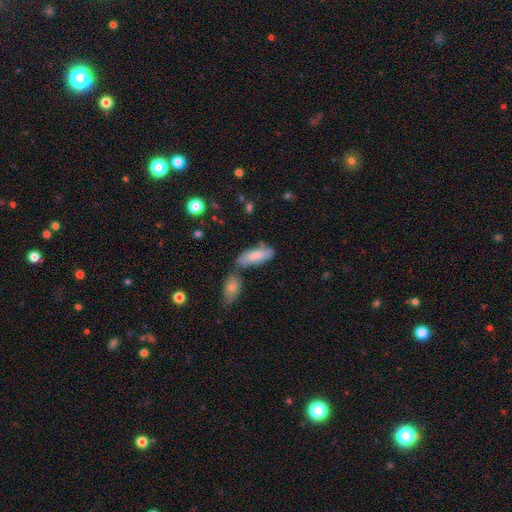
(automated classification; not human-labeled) Q: Smooth or featured?
A: smooth (80%); runner-up: featured or disk (14%)
Q: How rounded?
A: in between (73%); runner-up: cigar-shaped (25%)
Q: Merging?
A: none (54%); runner-up: merger (22%)